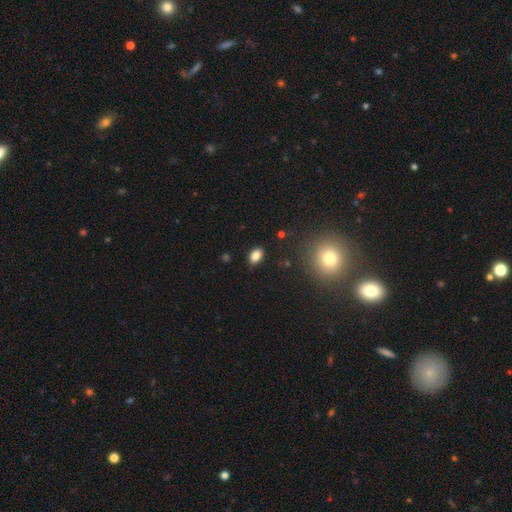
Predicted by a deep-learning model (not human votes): A smooth galaxy with no disk features (83%) that is in between round and cigar-shaped (86%). Merging: none (85%).